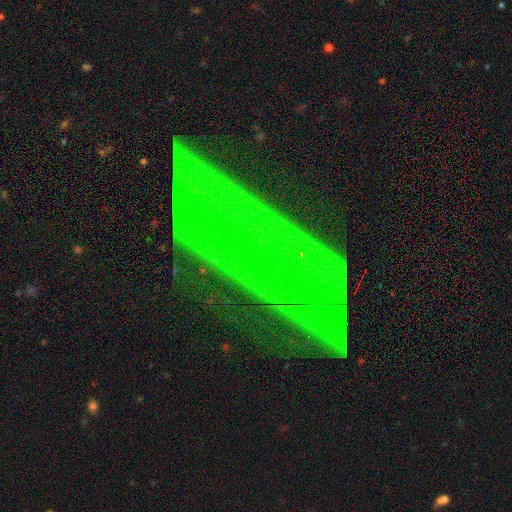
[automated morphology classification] star or artifact 61%, featured or disk 26%, smooth 13%.